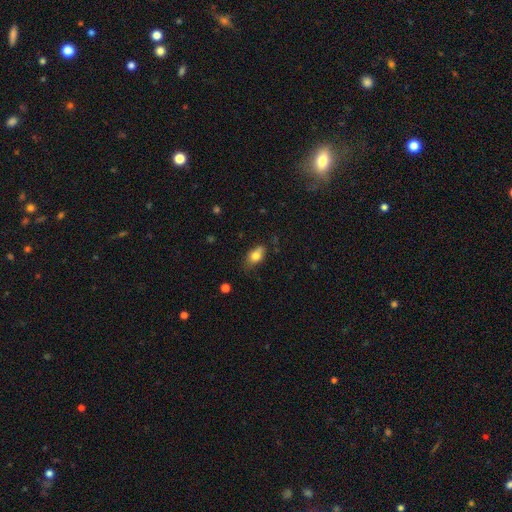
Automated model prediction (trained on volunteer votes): Q: Smooth or featured?
A: smooth (78%); runner-up: featured or disk (14%)
Q: How rounded?
A: in between (84%); runner-up: round (11%)
Q: Merging?
A: none (61%); runner-up: minor disturbance (29%)